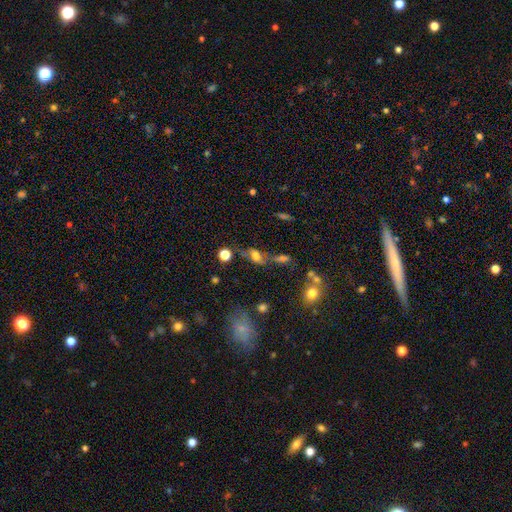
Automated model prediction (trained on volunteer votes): smooth-or-featured: smooth: 55% | featured or disk: 31% | star or artifact: 15%
  how-rounded: in between: 74% | round: 18% | cigar-shaped: 9%
  merging: none: 45% | merger: 21% | minor disturbance: 20% | major disturbance: 14%